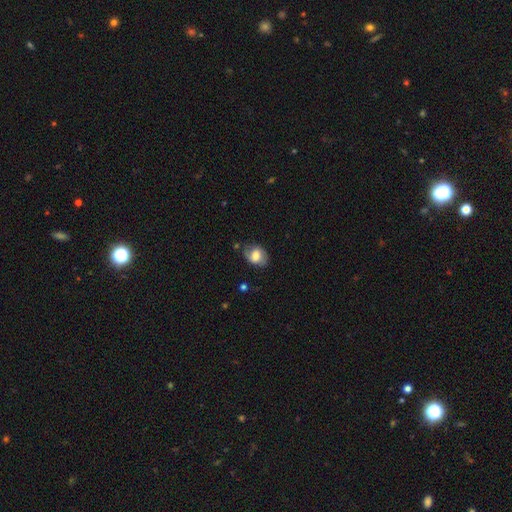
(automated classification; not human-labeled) This appears to be a smooth galaxy with no disk features (54%) that is in between round and cigar-shaped (65%). Merging: none (66%).